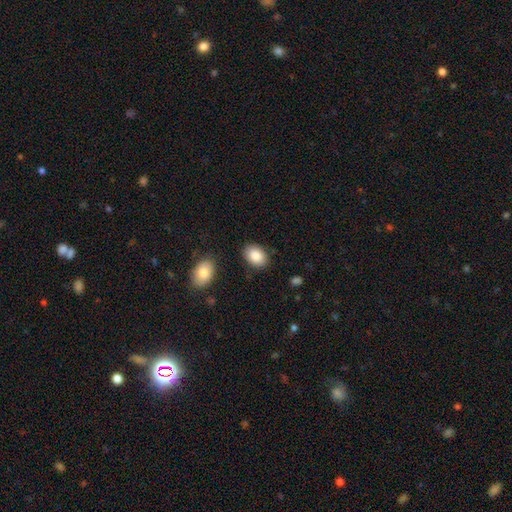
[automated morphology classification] Smooth or featured? Predicted: smooth (p=0.86). How rounded? Predicted: in between (p=0.80). Merging? Predicted: none (p=0.84).